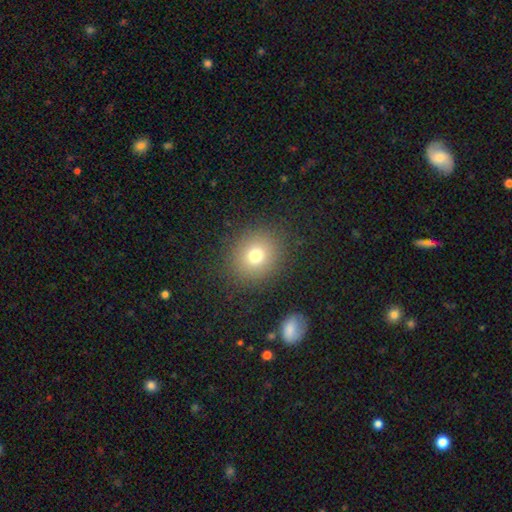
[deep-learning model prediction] smooth-or-featured: smooth: 75% | star or artifact: 15% | featured or disk: 10%
  how-rounded: round: 79% | in between: 20% | cigar-shaped: 1%
  merging: none: 87% | minor disturbance: 8% | major disturbance: 4% | merger: 1%